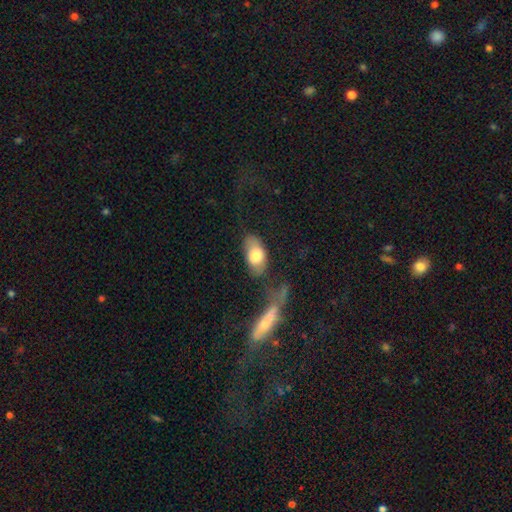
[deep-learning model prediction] Q: Smooth or featured?
A: smooth (76%); runner-up: featured or disk (17%)
Q: How rounded?
A: in between (91%); runner-up: round (6%)
Q: Merging?
A: none (58%); runner-up: minor disturbance (20%)